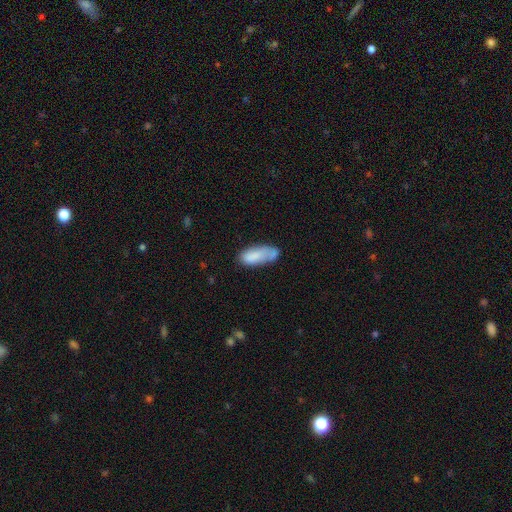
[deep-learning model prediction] This is likely a smooth galaxy (79%). How rounded: likely in between (73%). Merging: marginally none (44%).